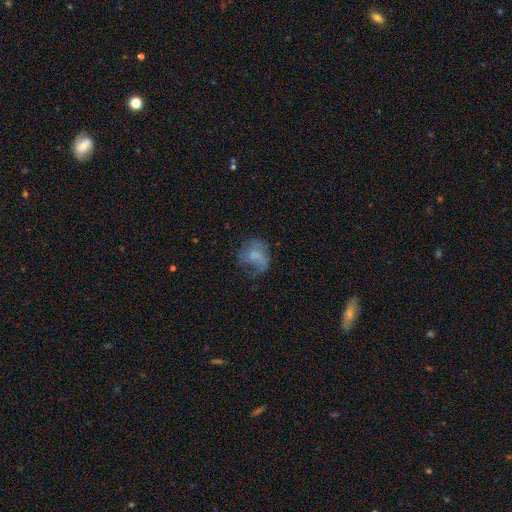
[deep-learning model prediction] Smooth or featured: smooth — 51% (featured or disk — 39%)
How rounded: round — 55% (in between — 44%)
Merging: none — 39% (major disturbance — 33%)